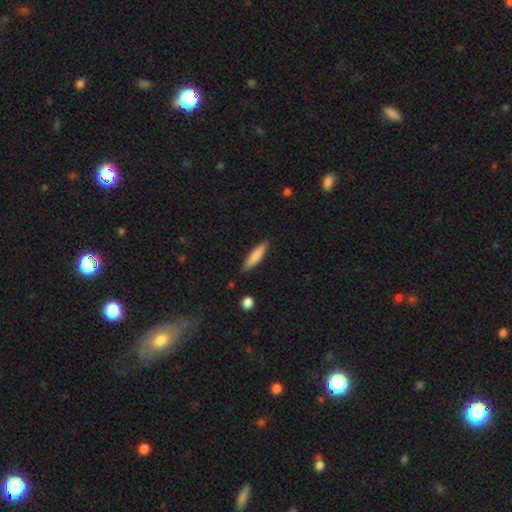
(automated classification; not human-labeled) A smooth galaxy with no disk features (80%) that is cigar-shaped (79%).

Vote fractions:
- Smooth or featured? smooth: 80% / featured or disk: 14% / star or artifact: 6%
- How rounded? cigar-shaped: 79% / in between: 20% / round: 1%
- Merging? none: 86% / minor disturbance: 11% / major disturbance: 2% / merger: 2%